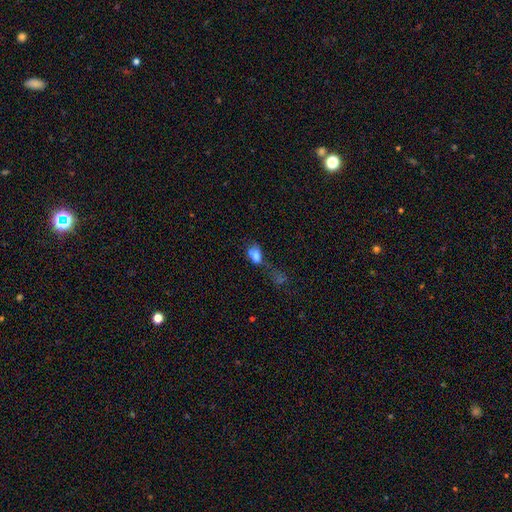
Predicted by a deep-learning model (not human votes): This appears to be a smooth galaxy with no disk features (64%) that is in between round and cigar-shaped (77%). Merging: major disturbance (28%).